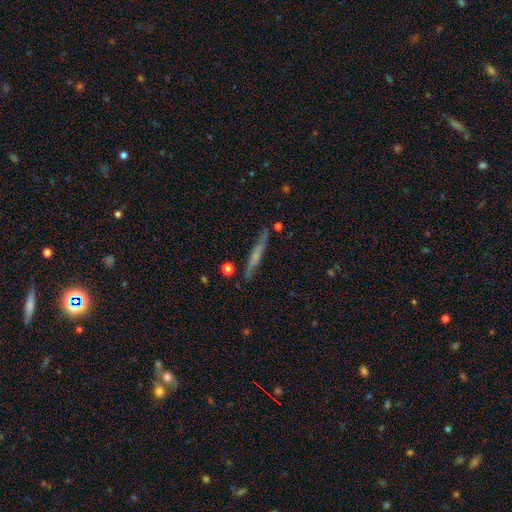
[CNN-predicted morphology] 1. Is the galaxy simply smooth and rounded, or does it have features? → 51% featured or disk, 41% smooth, 7% star or artifact.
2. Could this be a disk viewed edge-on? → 94% yes, 6% no.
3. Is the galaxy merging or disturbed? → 83% none, 12% minor disturbance, 3% merger, 3% major disturbance.